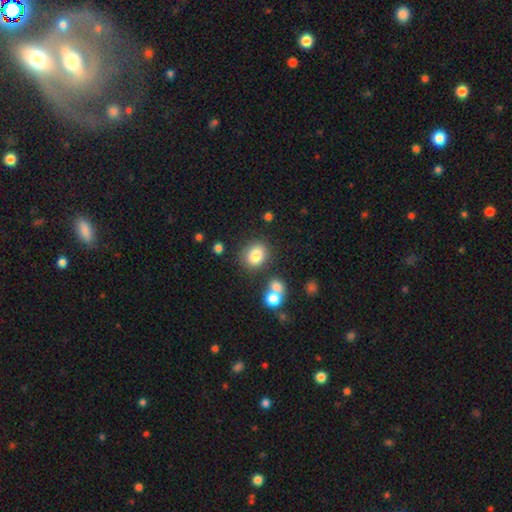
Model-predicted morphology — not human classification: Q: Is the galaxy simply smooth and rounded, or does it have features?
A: smooth — 83%.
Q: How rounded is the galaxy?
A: round — 57%.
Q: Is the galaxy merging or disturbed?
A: none — 75%.